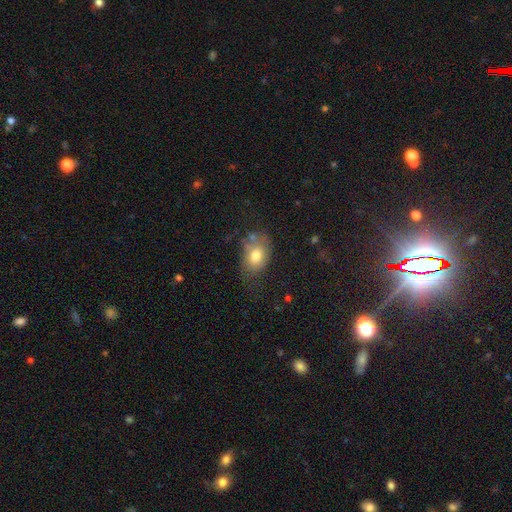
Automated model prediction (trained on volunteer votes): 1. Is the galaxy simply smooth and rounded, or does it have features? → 74% smooth, 17% featured or disk, 9% star or artifact.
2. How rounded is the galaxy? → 80% in between, 19% round, 1% cigar-shaped.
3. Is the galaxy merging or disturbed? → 55% none, 27% minor disturbance, 12% major disturbance, 6% merger.